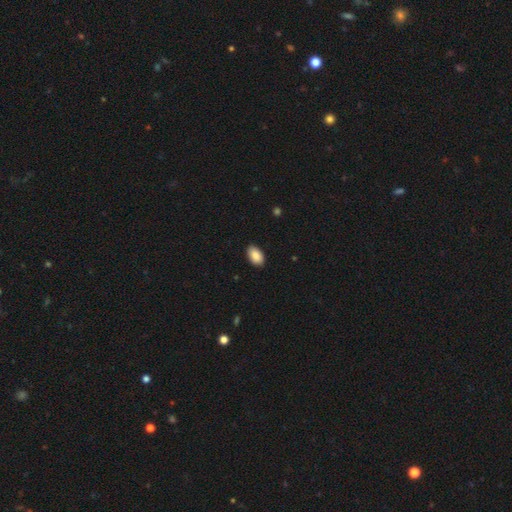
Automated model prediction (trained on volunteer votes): Smooth or featured: smooth — 88% (star or artifact — 7%)
How rounded: in between — 94% (round — 5%)
Merging: none — 89% (minor disturbance — 8%)